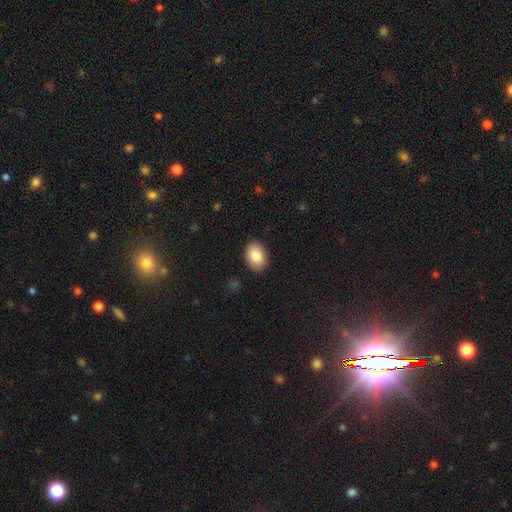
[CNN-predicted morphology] A smooth galaxy with no disk features (86%) that is in between round and cigar-shaped (82%).

Vote fractions:
- Smooth or featured? smooth: 86% / featured or disk: 7% / star or artifact: 7%
- How rounded? in between: 82% / round: 17% / cigar-shaped: 1%
- Merging? none: 89% / minor disturbance: 8% / major disturbance: 2% / merger: 1%